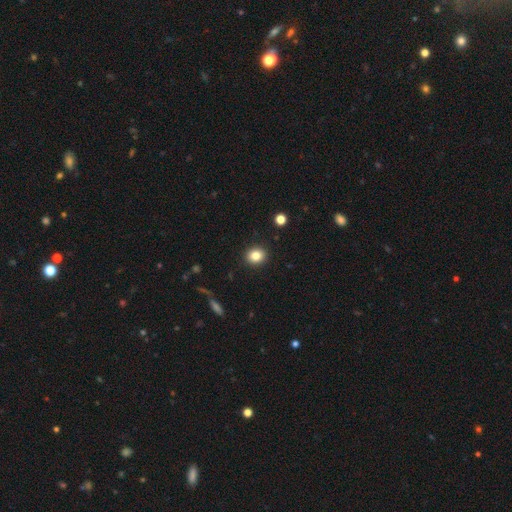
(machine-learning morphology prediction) Q: Smooth or featured?
A: smooth (83%); runner-up: star or artifact (11%)
Q: How rounded?
A: round (75%); runner-up: in between (24%)
Q: Merging?
A: none (91%); runner-up: minor disturbance (6%)